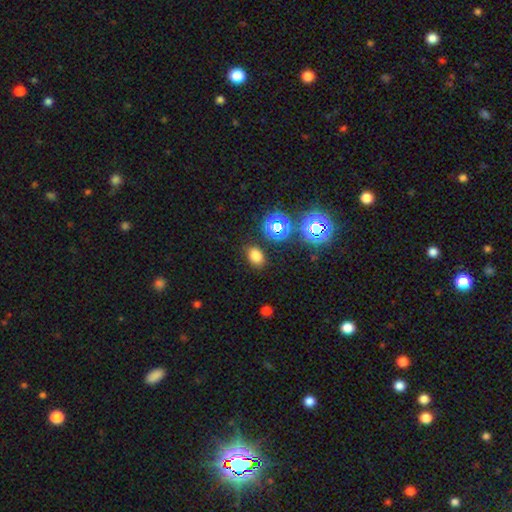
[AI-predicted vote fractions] Smooth or featured: smooth — 74% (star or artifact — 20%)
How rounded: in between — 71% (round — 28%)
Merging: none — 85% (minor disturbance — 9%)